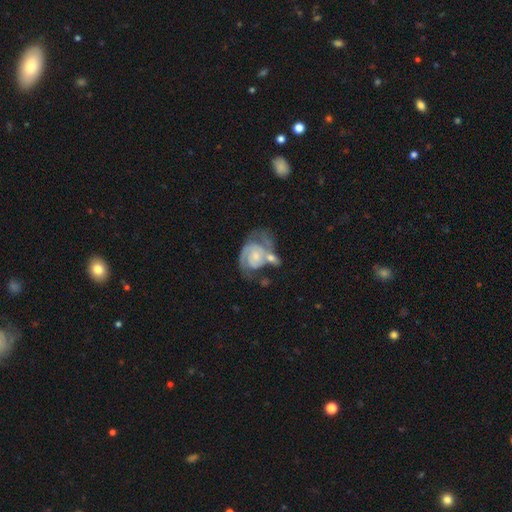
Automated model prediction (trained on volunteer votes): smooth_or_featured: featured or disk (p=0.83) [alt: smooth p=0.11]
disk_edge_on: no (p=0.98) [alt: yes p=0.02]
bar: no (p=0.67) [alt: weak p=0.28]
has_spiral_arms: yes (p=0.95) [alt: no p=0.05]
spiral_winding: tight (p=0.51) [alt: medium p=0.38]
spiral_arm_count: 2 (p=0.70) [alt: can't tell p=0.11]
bulge_size: small (p=0.57) [alt: moderate p=0.25]
merging: merger (p=0.36) [alt: none p=0.30]